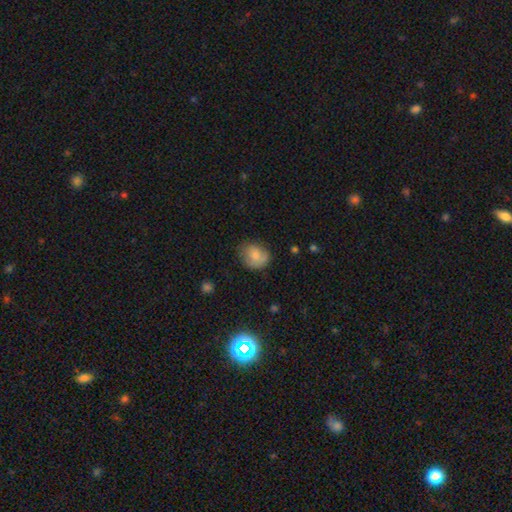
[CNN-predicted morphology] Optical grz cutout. It shows a smooth galaxy with no disk features (74%) that is round (61%). Merging: none (62%).